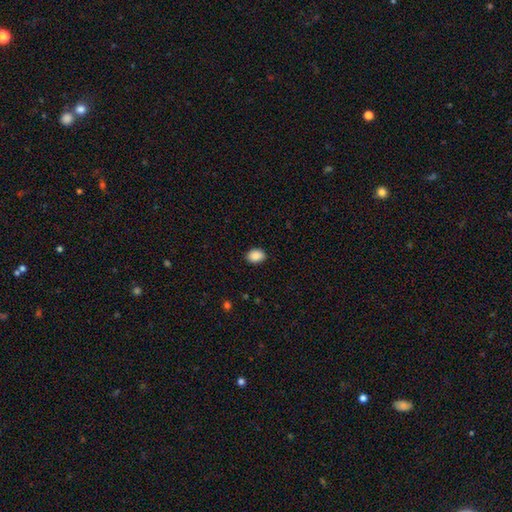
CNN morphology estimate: type=smooth (89%); roundness=in between (70%); merging=none (88%).